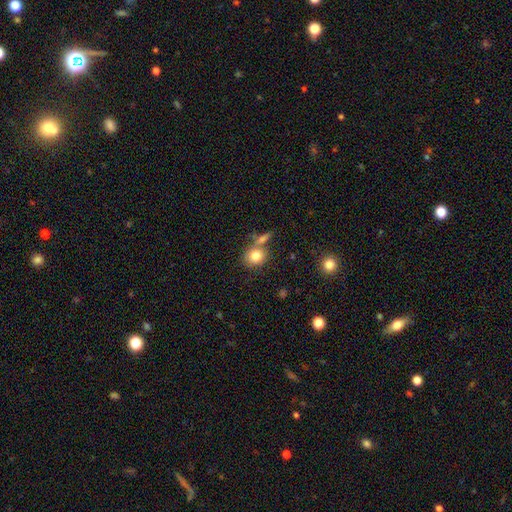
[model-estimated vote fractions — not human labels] smooth-or-featured: smooth: 79% | featured or disk: 12% | star or artifact: 9%
  how-rounded: round: 71% | in between: 28% | cigar-shaped: 1%
  merging: none: 55% | merger: 26% | minor disturbance: 13% | major disturbance: 5%